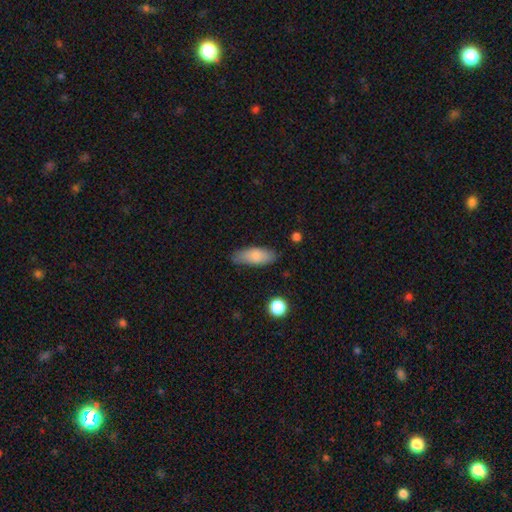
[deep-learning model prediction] This is clearly a smooth galaxy (81%). How rounded: likely in between (75%). Merging: likely none (75%).